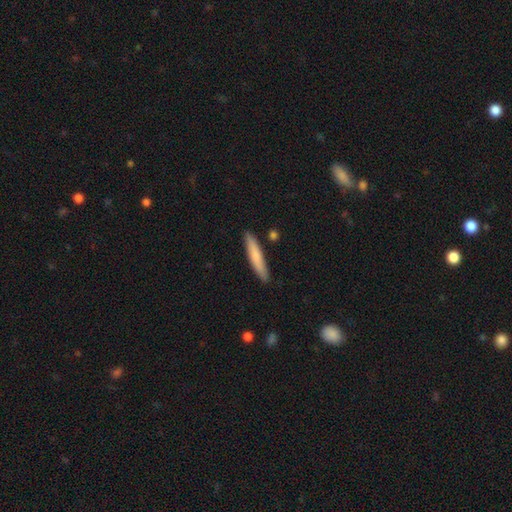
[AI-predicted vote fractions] Q: Smooth or featured?
A: smooth (75%); runner-up: featured or disk (20%)
Q: How rounded?
A: cigar-shaped (92%); runner-up: in between (7%)
Q: Merging?
A: none (88%); runner-up: minor disturbance (8%)